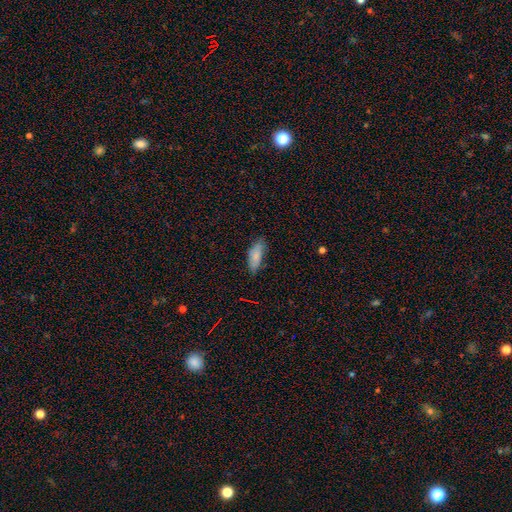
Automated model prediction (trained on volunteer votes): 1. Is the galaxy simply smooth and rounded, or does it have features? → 79% smooth, 13% featured or disk, 8% star or artifact.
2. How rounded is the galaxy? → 77% in between, 21% cigar-shaped, 2% round.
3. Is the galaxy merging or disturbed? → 68% none, 25% minor disturbance, 5% major disturbance, 2% merger.